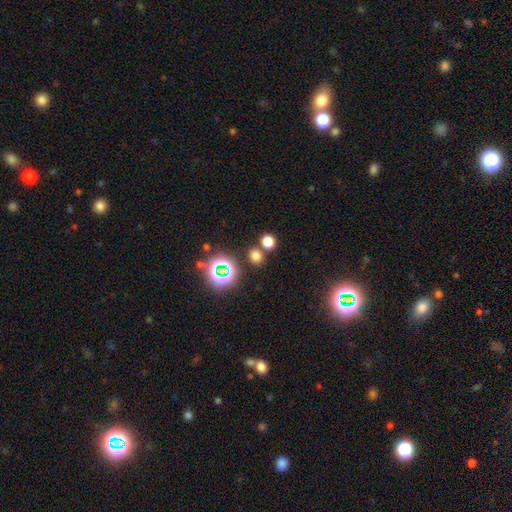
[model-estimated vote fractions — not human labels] smooth 69%, star or artifact 26%, featured or disk 6%. Down the decision tree: how rounded — round (71%); merging — none (75%).